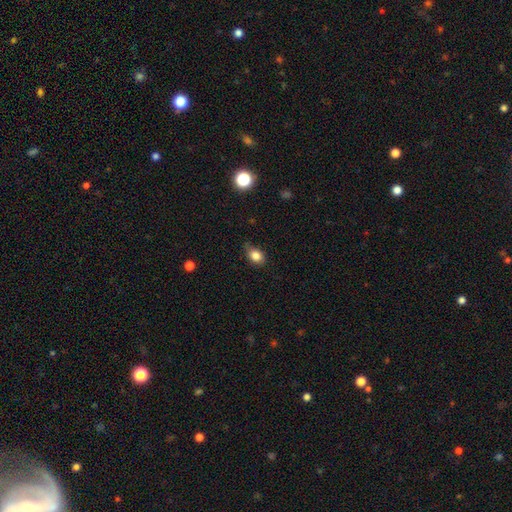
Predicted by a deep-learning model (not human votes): smooth-or-featured: smooth: 83% | star or artifact: 10% | featured or disk: 6%
  how-rounded: in between: 68% | round: 31% | cigar-shaped: 1%
  merging: none: 70% | minor disturbance: 25% | major disturbance: 4% | merger: 2%